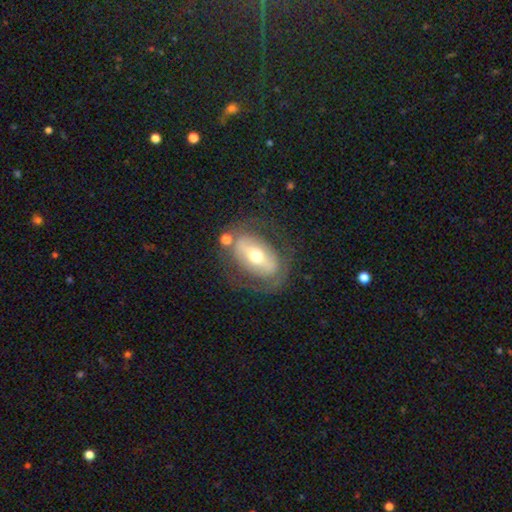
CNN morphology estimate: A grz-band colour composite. It shows a featured or disk galaxy (64%) with a strong bar (44%), no spiral arms (62%) and a moderate central bulge (67%). Merging: none (69%).